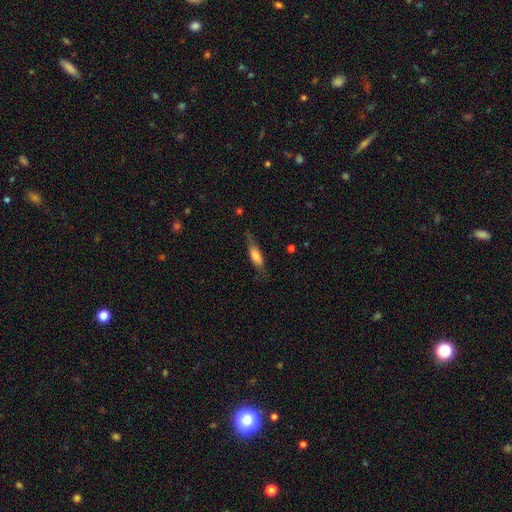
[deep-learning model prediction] A smooth galaxy with no disk features (67%) that is cigar-shaped (53%). Merging: none (68%).